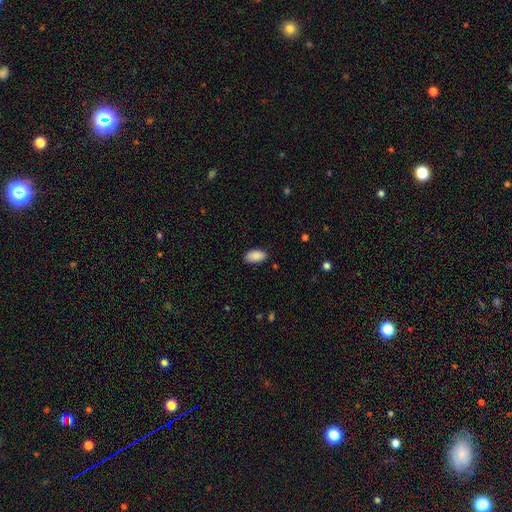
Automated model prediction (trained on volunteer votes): The model was most divided on "merging": none: 85%, minor disturbance: 12%, major disturbance: 2%, merger: 1%. More confident: how rounded — in between (95%); smooth or featured — smooth (89%).